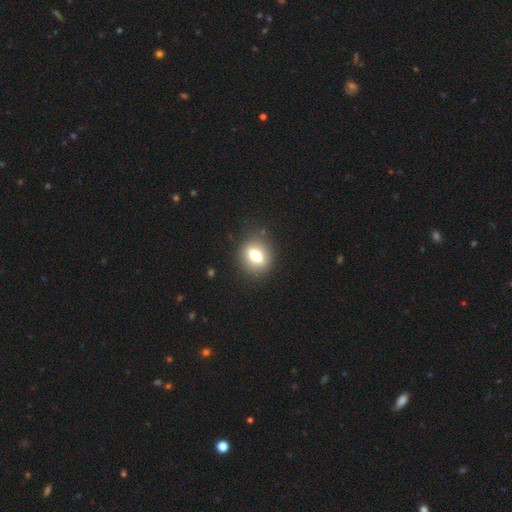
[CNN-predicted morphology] Smooth or featured? smooth (59%)
How rounded? round (52%)
Merging? none (87%)